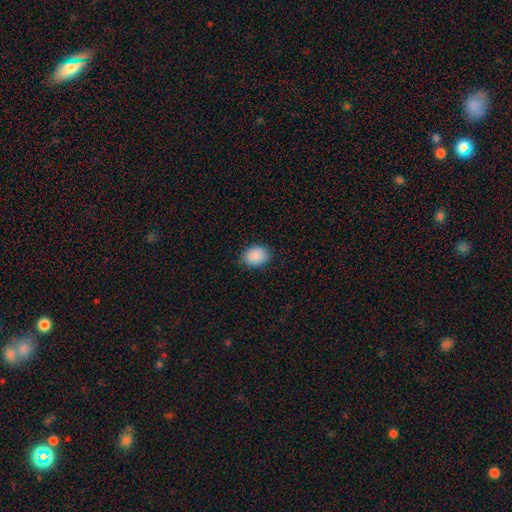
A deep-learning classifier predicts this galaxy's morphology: This appears to be a smooth galaxy with no disk features (90%) that is in between round and cigar-shaped (64%). Merging: none (85%).